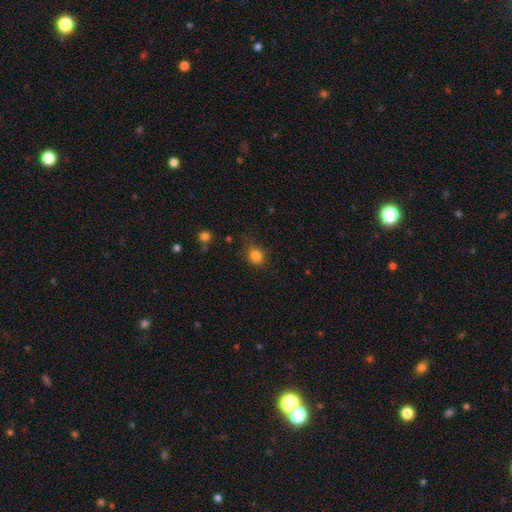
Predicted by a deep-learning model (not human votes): Overall: smooth (84%). How rounded: in between (51%; round 48%). Merging: none (77%).